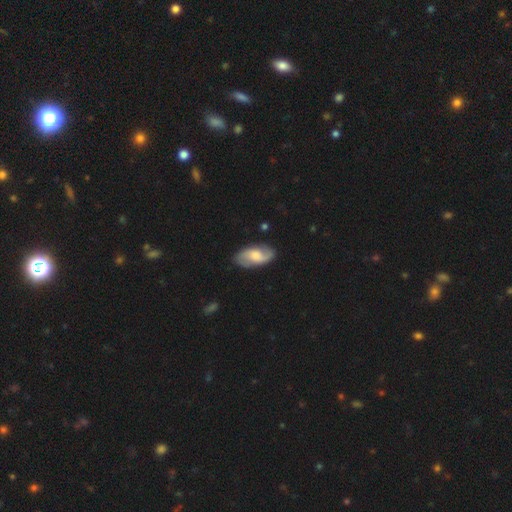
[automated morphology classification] Smooth or featured? featured or disk (64%)
Edge-on disk? no (95%)
Bar? no (49%)
Spiral arms? yes (92%)
Spiral winding? loose (46%)
Spiral arm count? 2 (88%)
Bulge size? moderate (42%)
Merging? none (81%)